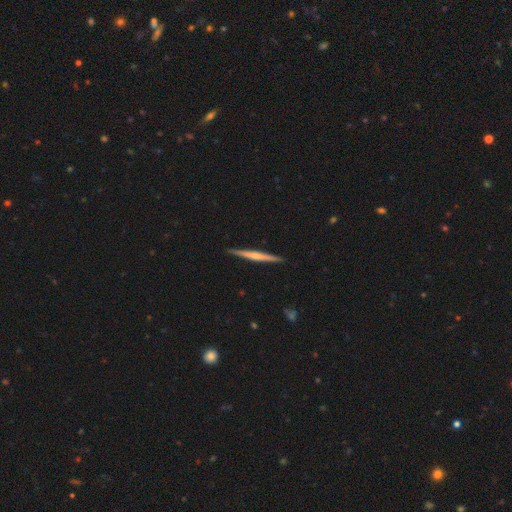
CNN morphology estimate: A featured or disk galaxy (64%) viewed edge-on (98%) with a rounded central bulge (49%).

Vote fractions:
- Smooth or featured? featured or disk: 64% / smooth: 31% / star or artifact: 5%
- Edge-on disk? yes: 98% / no: 2%
- Edge-on bulge? rounded: 49% / none: 40% / boxy: 10%
- Merging? none: 91% / minor disturbance: 7% / major disturbance: 1% / merger: 1%